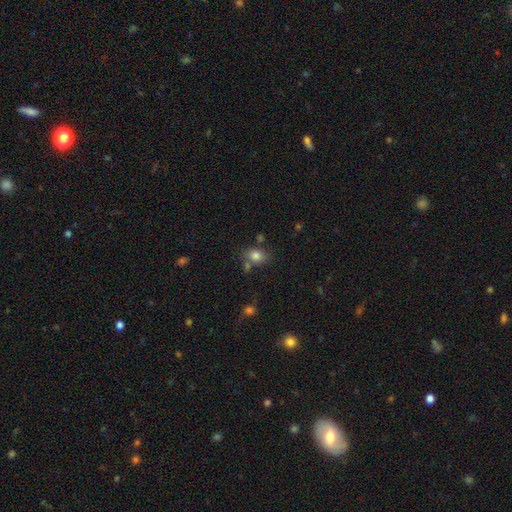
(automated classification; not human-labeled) smooth_or_featured: smooth (p=0.81) [alt: star or artifact p=0.11]
how_rounded: in between (p=0.63) [alt: round p=0.36]
merging: none (p=0.65) [alt: minor disturbance p=0.15]